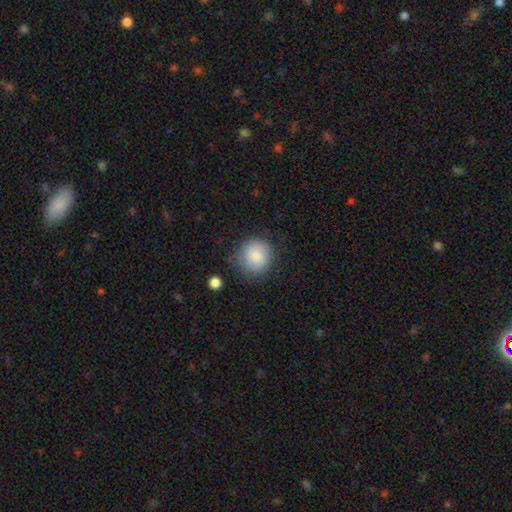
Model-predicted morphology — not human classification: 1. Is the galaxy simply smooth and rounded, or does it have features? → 85% smooth, 8% featured or disk, 7% star or artifact.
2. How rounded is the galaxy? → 89% round, 10% in between, 1% cigar-shaped.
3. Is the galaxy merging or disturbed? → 80% none, 14% minor disturbance, 4% major disturbance, 2% merger.